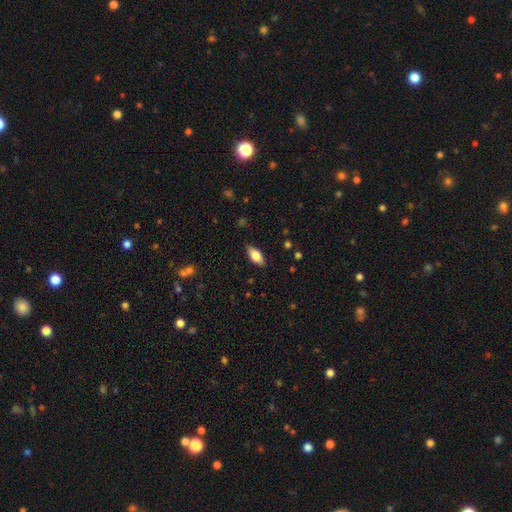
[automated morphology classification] A smooth galaxy with no disk features (71%) that is in between round and cigar-shaped (85%).

Vote fractions:
- Smooth or featured? smooth: 71% / featured or disk: 22% / star or artifact: 7%
- How rounded? in between: 85% / cigar-shaped: 11% / round: 3%
- Merging? none: 85% / minor disturbance: 11% / major disturbance: 2% / merger: 1%